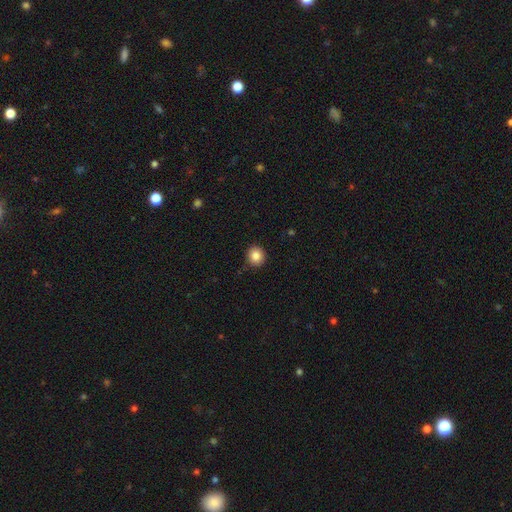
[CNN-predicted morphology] Q: Smooth or featured?
A: smooth (86%); runner-up: star or artifact (10%)
Q: How rounded?
A: round (90%); runner-up: in between (9%)
Q: Merging?
A: none (87%); runner-up: minor disturbance (9%)